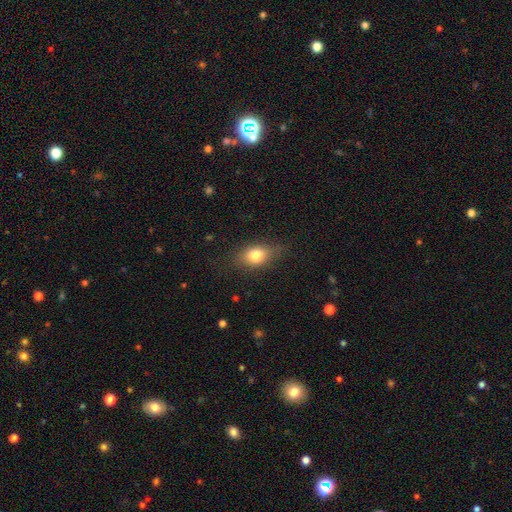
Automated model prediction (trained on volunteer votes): Smooth or featured: smooth — 77% (featured or disk — 13%)
How rounded: in between — 74% (round — 22%)
Merging: none — 76% (minor disturbance — 18%)